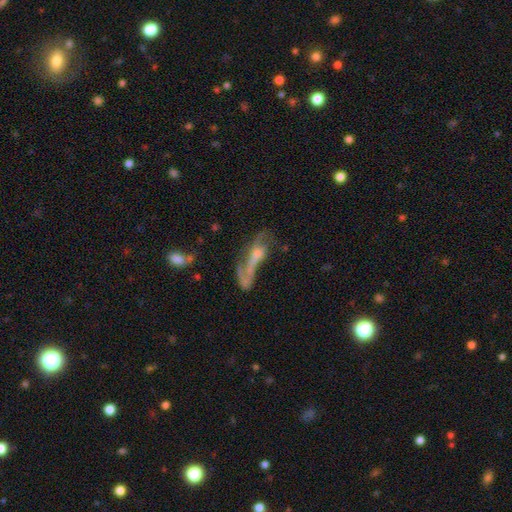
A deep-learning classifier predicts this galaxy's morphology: smooth_or_featured: featured or disk (p=0.57) [alt: smooth p=0.26]
disk_edge_on: no (p=0.73) [alt: yes p=0.27]
merging: major disturbance (p=0.36) [alt: none p=0.29]